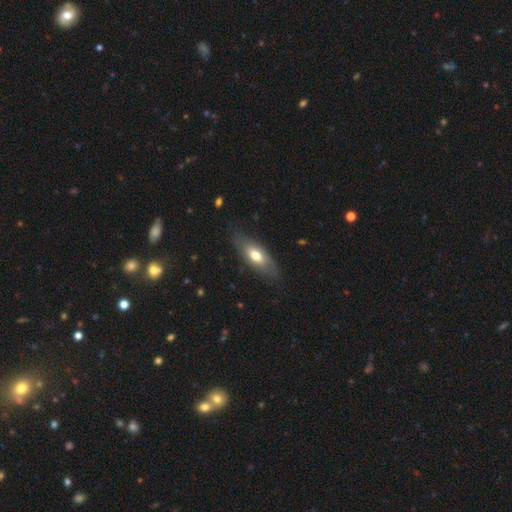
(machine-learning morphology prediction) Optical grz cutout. It shows a smooth galaxy with no disk features (61%) that is in between round and cigar-shaped (74%). Merging: none (78%).